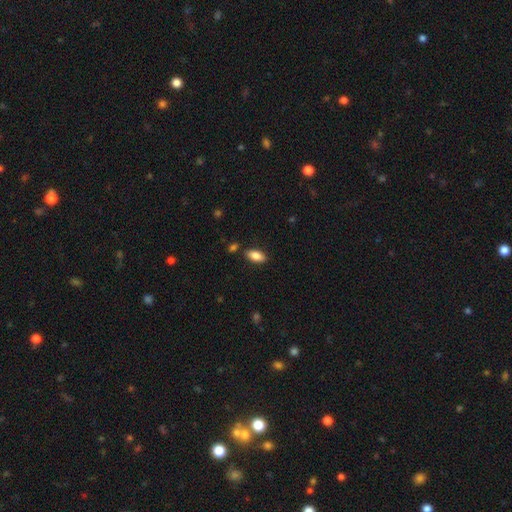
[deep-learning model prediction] Overall: smooth (85%). How rounded: in between (89%). Merging: none (85%).